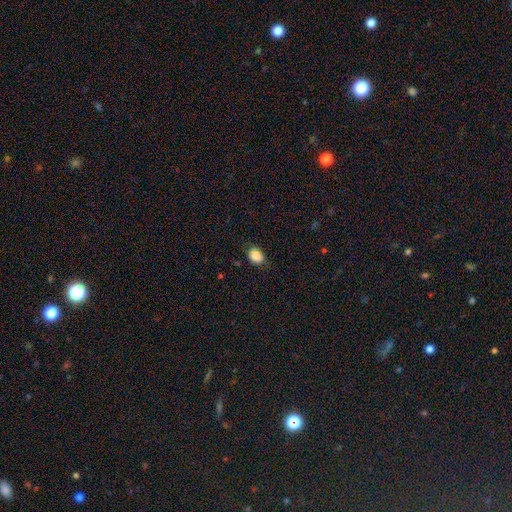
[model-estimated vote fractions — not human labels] A smooth galaxy with no disk features (84%) that is in between round and cigar-shaped (72%).

Vote fractions:
- Smooth or featured? smooth: 84% / star or artifact: 10% / featured or disk: 6%
- How rounded? in between: 72% / round: 27% / cigar-shaped: 1%
- Merging? none: 74% / minor disturbance: 20% / major disturbance: 4% / merger: 1%